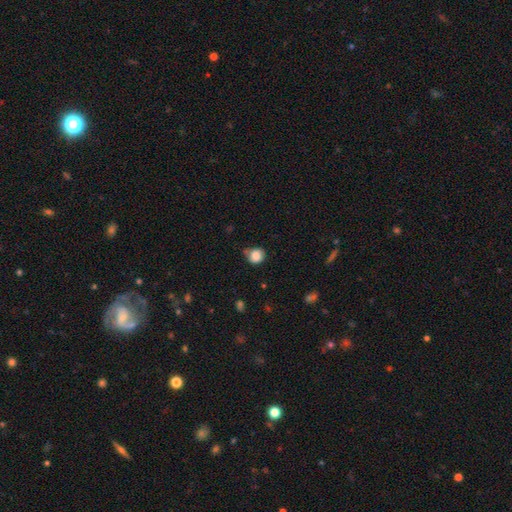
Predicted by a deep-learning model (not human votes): Smooth or featured?
  - smooth: 83% *
  - star or artifact: 9%
  - featured or disk: 7%
How rounded?
  - round: 82% *
  - in between: 17%
  - cigar-shaped: 1%
Merging?
  - none: 59% *
  - minor disturbance: 28%
  - major disturbance: 7%
  - merger: 6%